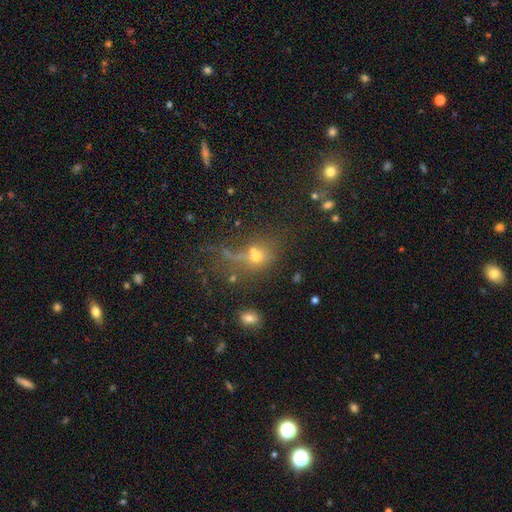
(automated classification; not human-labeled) Morphology: type=smooth (55%); roundness=round (62%); merging=none (38%).